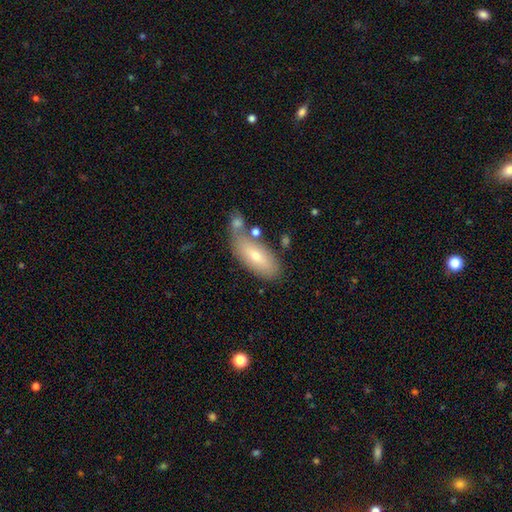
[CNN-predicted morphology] Smooth or featured? Predicted: smooth (p=0.65). How rounded? Predicted: in between (p=0.82). Merging? Predicted: none (p=0.54).